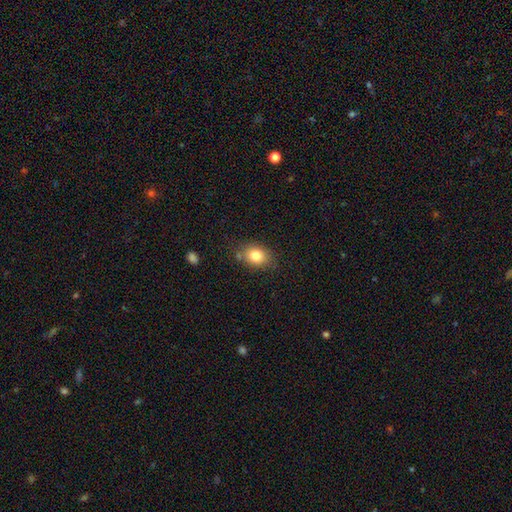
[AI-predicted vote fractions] This appears to be a smooth galaxy with no disk features (81%) that is in between round and cigar-shaped (61%). Merging: none (75%).